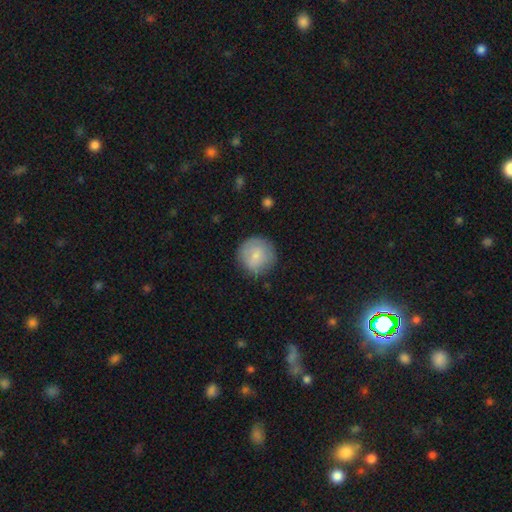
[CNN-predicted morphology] Smooth or featured?
  - smooth: 77% *
  - featured or disk: 16%
  - star or artifact: 7%
How rounded?
  - round: 94% *
  - in between: 5%
  - cigar-shaped: 1%
Merging?
  - none: 82% *
  - minor disturbance: 13%
  - major disturbance: 4%
  - merger: 1%